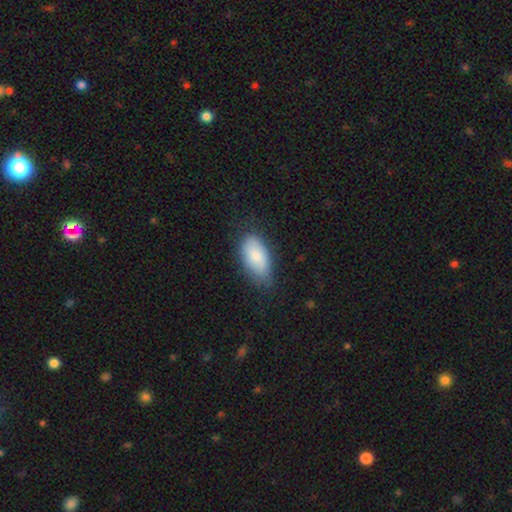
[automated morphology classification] smooth 83%, featured or disk 10%, star or artifact 6%. Down the decision tree: how rounded — in between (93%); merging — none (67%).